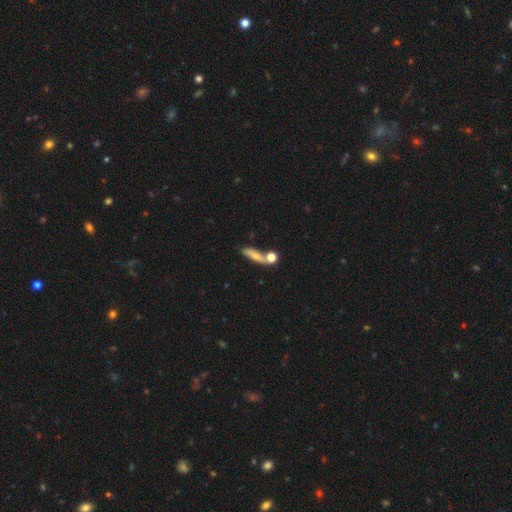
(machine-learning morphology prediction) Smooth or featured: smooth — 64% (featured or disk — 26%)
How rounded: cigar-shaped — 53% (in between — 34%)
Merging: none — 52% (merger — 25%)